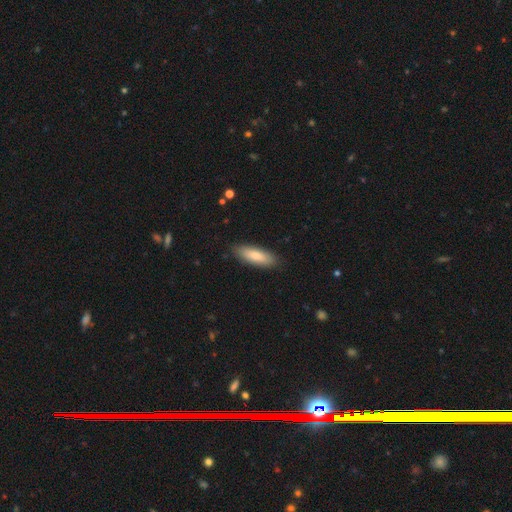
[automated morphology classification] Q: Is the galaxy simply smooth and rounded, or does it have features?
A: smooth — 84%.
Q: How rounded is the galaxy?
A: in between — 55%.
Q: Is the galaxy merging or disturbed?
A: none — 87%.